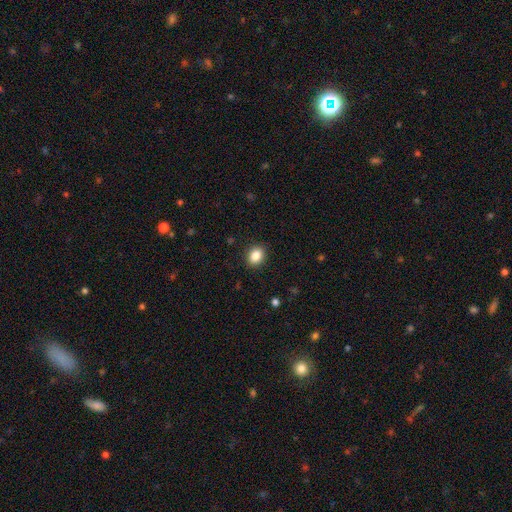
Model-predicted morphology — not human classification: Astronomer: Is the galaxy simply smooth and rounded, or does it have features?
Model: smooth — 86%.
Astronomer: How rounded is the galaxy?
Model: in between — 51% (runner-up: round, 48%).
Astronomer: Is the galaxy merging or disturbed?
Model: none — 90%.